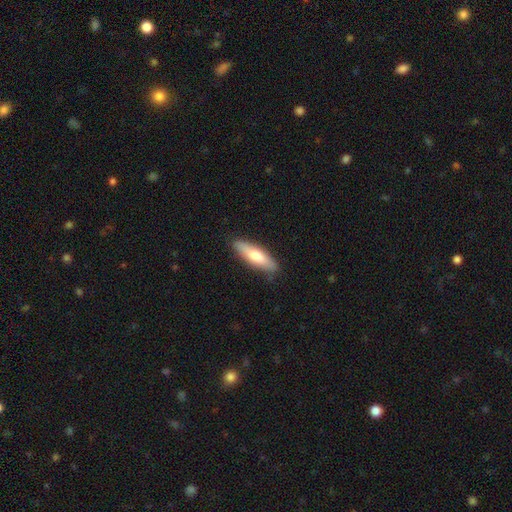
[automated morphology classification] This appears to be a smooth galaxy with no disk features (69%) that is cigar-shaped (60%). Merging: none (85%).